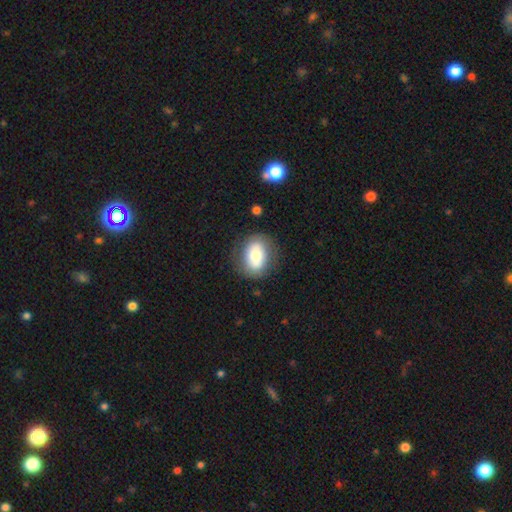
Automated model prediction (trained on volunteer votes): A smooth galaxy with no disk features (68%) that is in between round and cigar-shaped (65%). Merging: none (77%).